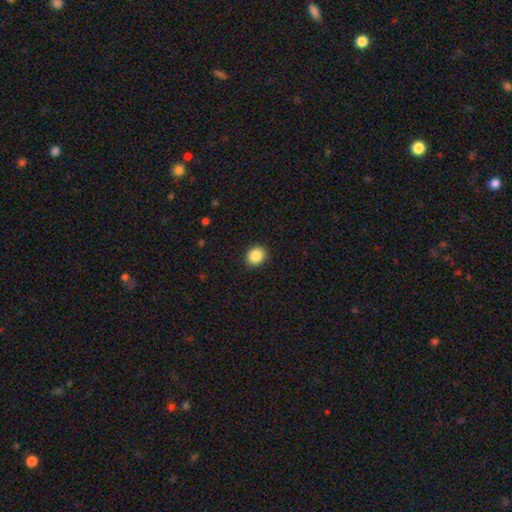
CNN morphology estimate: Smooth or featured: smooth — 87% (star or artifact — 9%)
How rounded: round — 73% (in between — 26%)
Merging: none — 91% (minor disturbance — 6%)